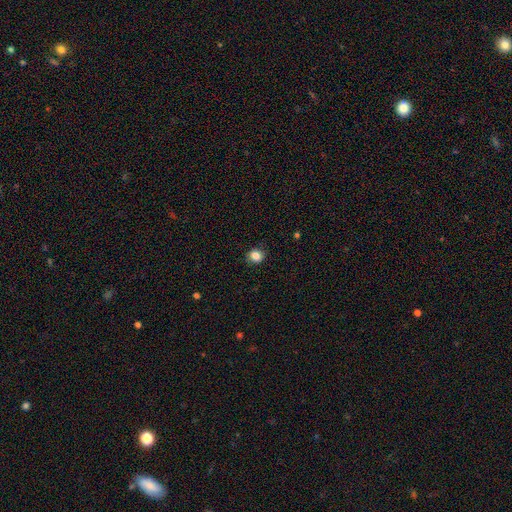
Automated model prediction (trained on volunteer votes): Q: Smooth or featured?
A: smooth (84%); runner-up: star or artifact (10%)
Q: How rounded?
A: round (72%); runner-up: in between (27%)
Q: Merging?
A: none (84%); runner-up: minor disturbance (12%)